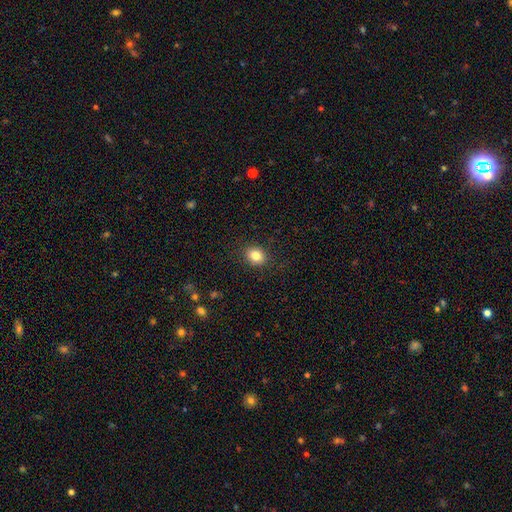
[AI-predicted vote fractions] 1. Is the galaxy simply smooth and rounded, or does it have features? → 83% smooth, 10% star or artifact, 7% featured or disk.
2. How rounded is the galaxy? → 53% round, 46% in between, 1% cigar-shaped.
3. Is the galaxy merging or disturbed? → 88% none, 8% minor disturbance, 2% major disturbance, 1% merger.